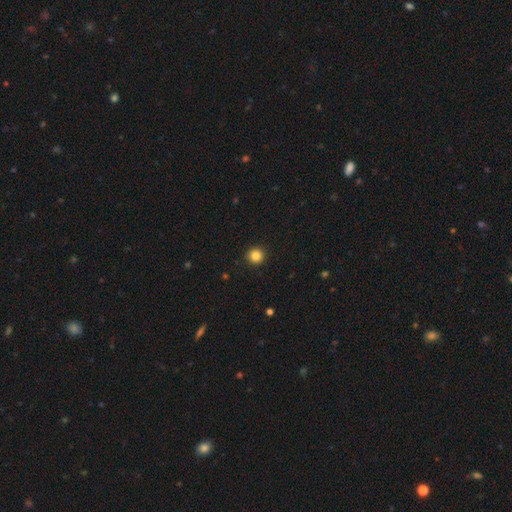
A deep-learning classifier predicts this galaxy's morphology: type=smooth (85%); roundness=round (95%); merging=none (93%).